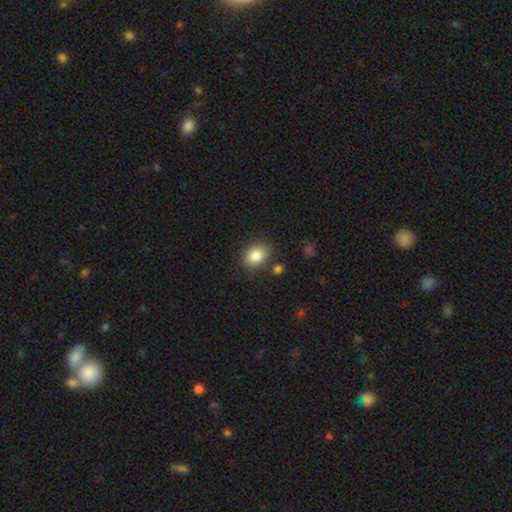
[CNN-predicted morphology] Smooth or featured?
  - smooth: 83% *
  - star or artifact: 9%
  - featured or disk: 7%
How rounded?
  - in between: 53% *
  - round: 47%
  - cigar-shaped: 1%
Merging?
  - none: 82% *
  - minor disturbance: 11%
  - merger: 5%
  - major disturbance: 3%